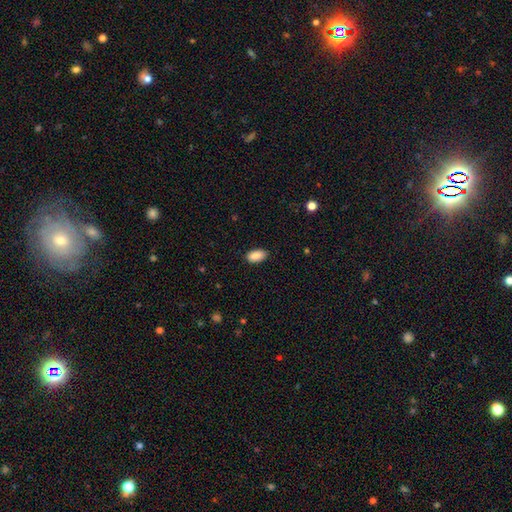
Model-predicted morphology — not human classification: This is clearly a smooth galaxy (90%). How rounded: clearly in between (94%). Merging: clearly none (88%).